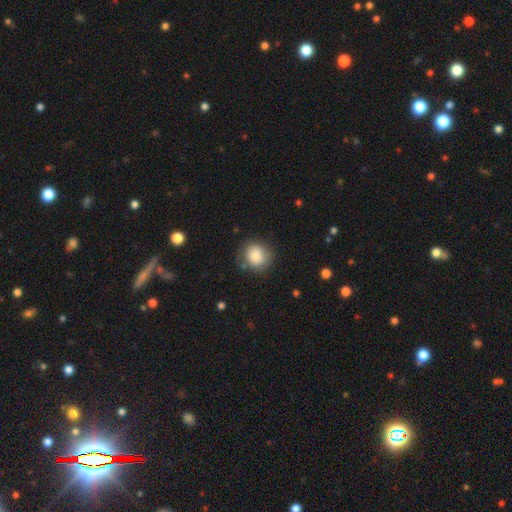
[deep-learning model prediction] smooth_or_featured: smooth (p=0.85) [alt: star or artifact p=0.08]
how_rounded: round (p=0.82) [alt: in between p=0.17]
merging: none (p=0.77) [alt: minor disturbance p=0.16]